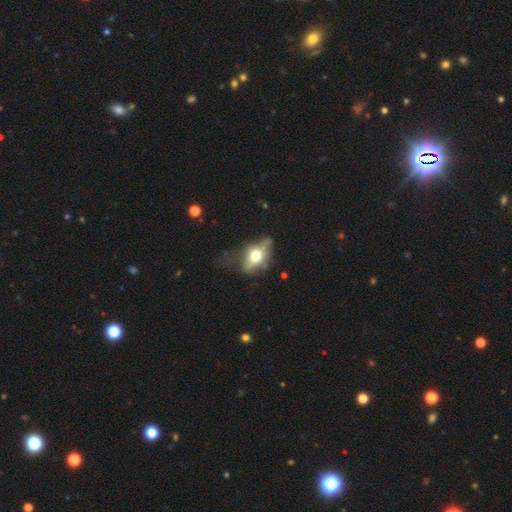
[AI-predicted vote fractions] A smooth galaxy with no disk features (49%).

Vote fractions:
- Smooth or featured? smooth: 49% / featured or disk: 41% / star or artifact: 10%
- Merging? none: 44% / minor disturbance: 29% / major disturbance: 23% / merger: 3%